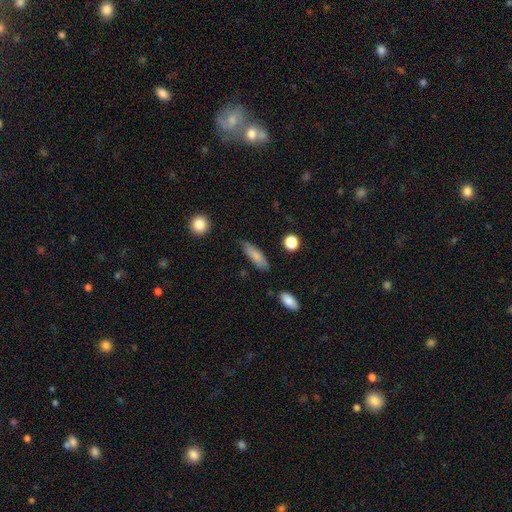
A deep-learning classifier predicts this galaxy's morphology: Overall: smooth (80%). How rounded: in between (51%; cigar-shaped 47%). Merging: none (75%).